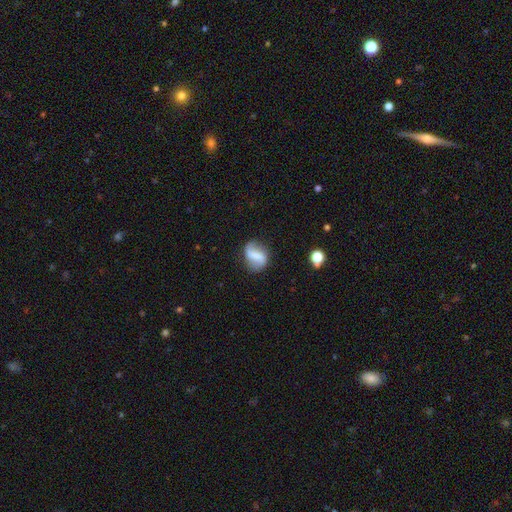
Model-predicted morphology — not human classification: A featured or disk galaxy (62%) with a strong bar (50%), 2 (87%) loose (73%) spiral arms (84%) and no central bulge (50%). Merging: none (73%).